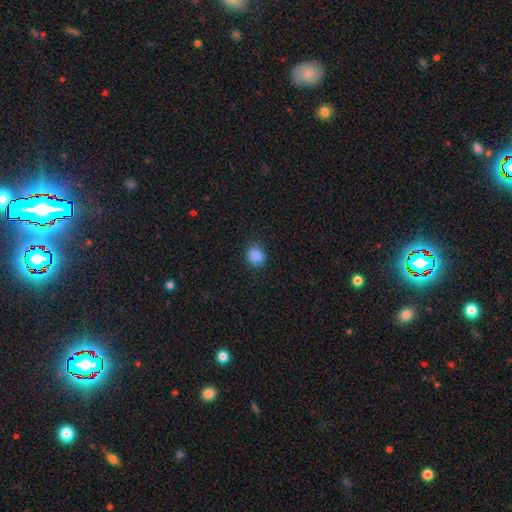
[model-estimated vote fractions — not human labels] smooth 87%, star or artifact 10%, featured or disk 3%. Down the decision tree: how rounded — round (80%); merging — none (87%).